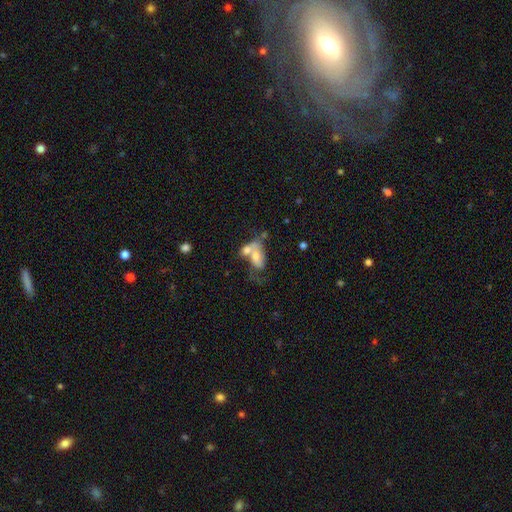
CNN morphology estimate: A smooth galaxy with no disk features (57%) that is in between round and cigar-shaped (88%). Merging: merger (60%).